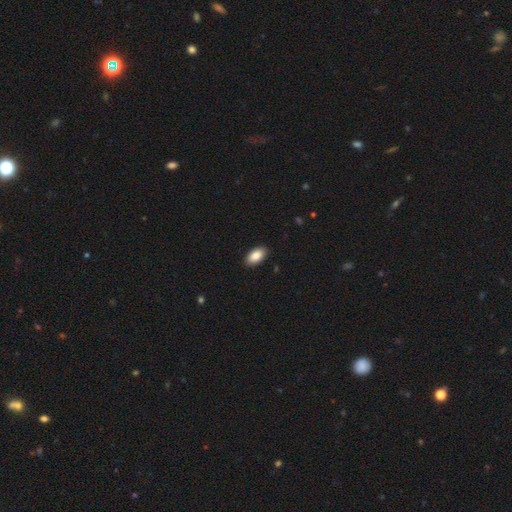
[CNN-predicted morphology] This is clearly a smooth galaxy (87%). How rounded: clearly in between (94%). Merging: clearly none (90%).